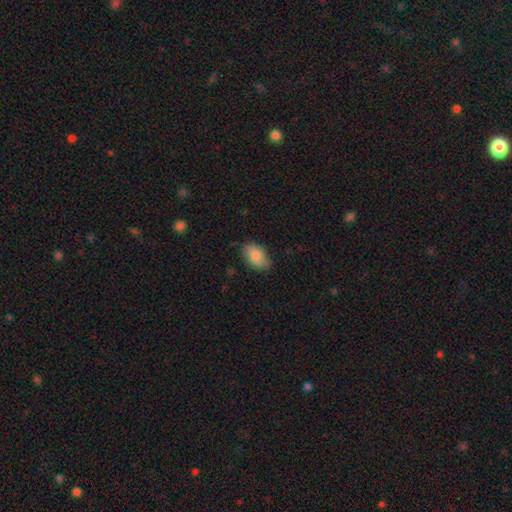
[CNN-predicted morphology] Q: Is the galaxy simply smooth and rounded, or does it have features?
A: smooth — 85%.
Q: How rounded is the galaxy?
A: in between — 88%.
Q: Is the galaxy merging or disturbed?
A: none — 70%.